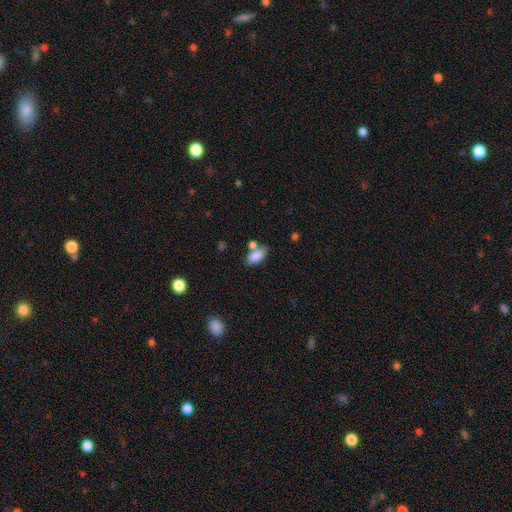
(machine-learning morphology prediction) Smooth or featured: smooth — 85% (star or artifact — 9%)
How rounded: in between — 90% (cigar-shaped — 5%)
Merging: none — 48% (merger — 30%)